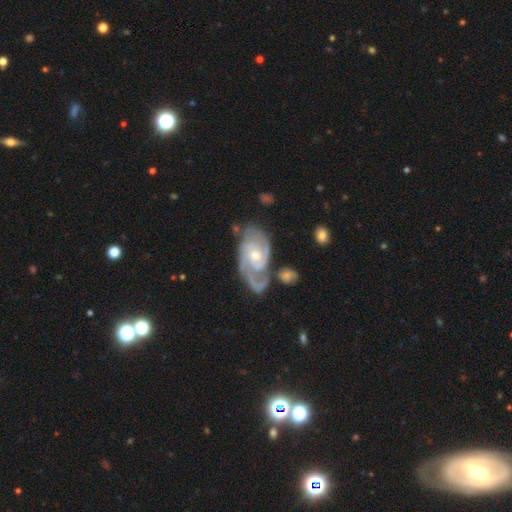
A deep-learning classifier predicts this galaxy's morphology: A featured or disk galaxy (90%) with no bar (62%), 2 (60%) tight (53%) spiral arms (97%) and a small central bulge (49%). Merging: none (56%).